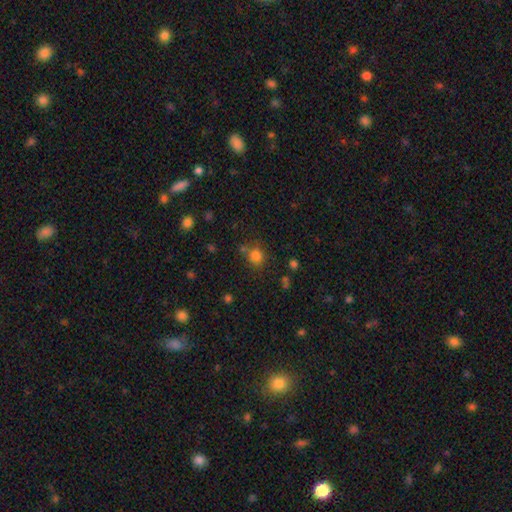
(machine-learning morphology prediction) Q: Smooth or featured?
A: smooth (79%); runner-up: star or artifact (15%)
Q: How rounded?
A: round (81%); runner-up: in between (18%)
Q: Merging?
A: none (69%); runner-up: merger (14%)